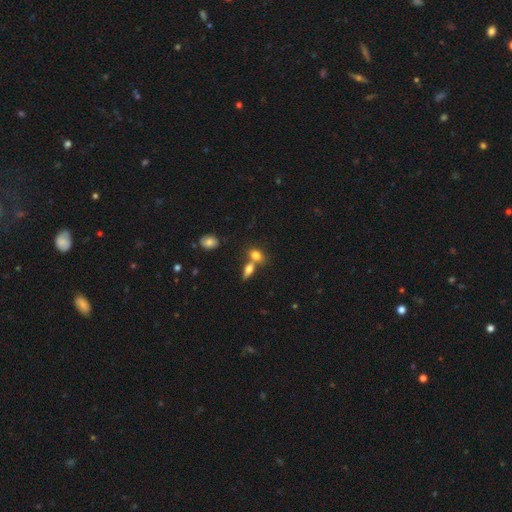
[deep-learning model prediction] Q: Smooth or featured?
A: smooth (77%); runner-up: featured or disk (13%)
Q: How rounded?
A: in between (72%); runner-up: round (21%)
Q: Merging?
A: merger (44%); runner-up: none (42%)